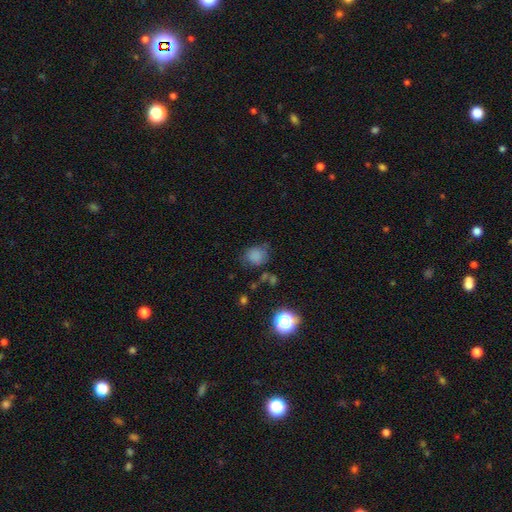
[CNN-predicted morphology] Smooth or featured? Predicted: smooth (p=0.76). How rounded? Predicted: round (p=0.66). Merging? Predicted: none (p=0.59).